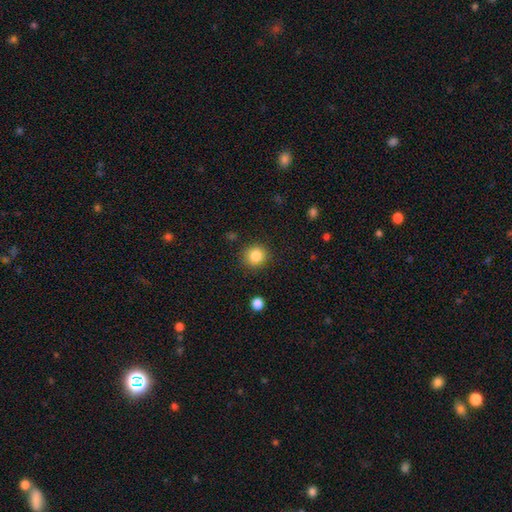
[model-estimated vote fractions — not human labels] Smooth or featured? smooth (85%)
How rounded? round (90%)
Merging? none (88%)